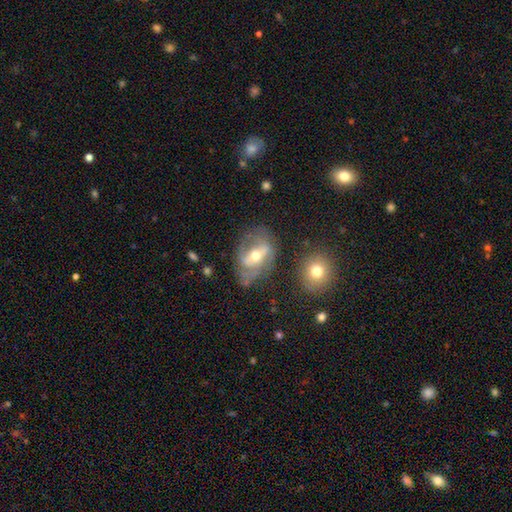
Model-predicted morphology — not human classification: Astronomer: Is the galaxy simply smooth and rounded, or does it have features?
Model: featured or disk — 72%.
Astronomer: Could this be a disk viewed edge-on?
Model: no — 93%.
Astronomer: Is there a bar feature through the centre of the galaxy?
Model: strong — 42% (runner-up: weak, 35%).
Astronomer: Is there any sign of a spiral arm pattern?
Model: yes — 68%.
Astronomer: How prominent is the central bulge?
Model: moderate — 71%.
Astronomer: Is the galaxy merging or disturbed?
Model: none — 53%.